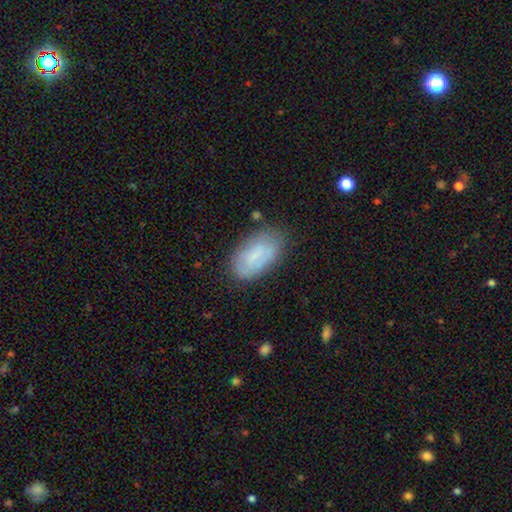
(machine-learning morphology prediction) The model was most divided on "smooth or featured": smooth: 64%, featured or disk: 27%, star or artifact: 8%. More confident: how rounded — in between (94%); merging — none (73%).